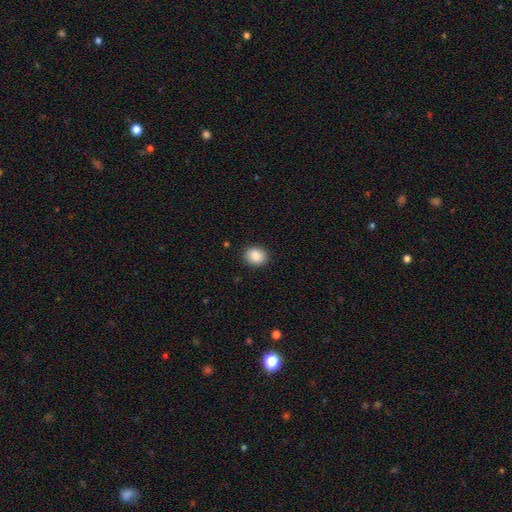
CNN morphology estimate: A smooth galaxy with no disk features (89%) that is round (54%).

Vote fractions:
- Smooth or featured? smooth: 89% / star or artifact: 8% / featured or disk: 4%
- How rounded? round: 54% / in between: 45% / cigar-shaped: 1%
- Merging? none: 90% / minor disturbance: 7% / major disturbance: 2% / merger: 1%